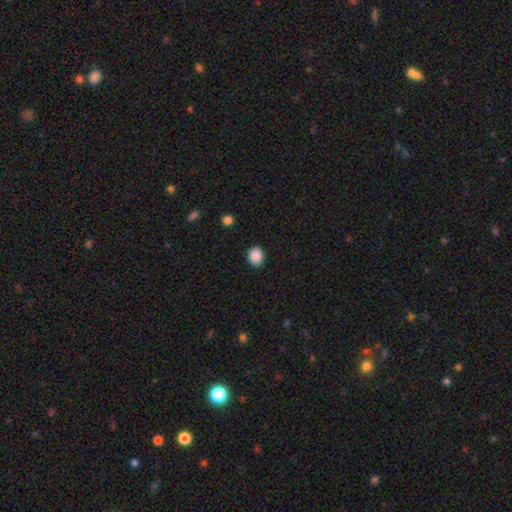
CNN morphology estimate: Smooth or featured?
  - smooth: 88% *
  - star or artifact: 9%
  - featured or disk: 3%
How rounded?
  - round: 61% *
  - in between: 38%
  - cigar-shaped: 1%
Merging?
  - none: 87% *
  - minor disturbance: 10%
  - major disturbance: 2%
  - merger: 1%